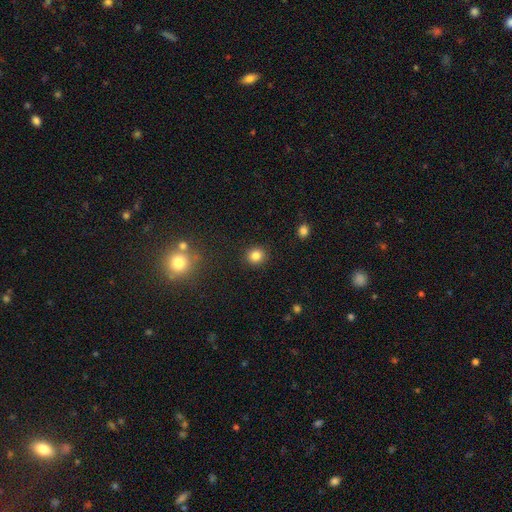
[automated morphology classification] A smooth galaxy with no disk features (84%) that is round (87%).

Vote fractions:
- Smooth or featured? smooth: 84% / star or artifact: 12% / featured or disk: 5%
- How rounded? round: 87% / in between: 12% / cigar-shaped: 1%
- Merging? none: 90% / minor disturbance: 6% / major disturbance: 2% / merger: 1%